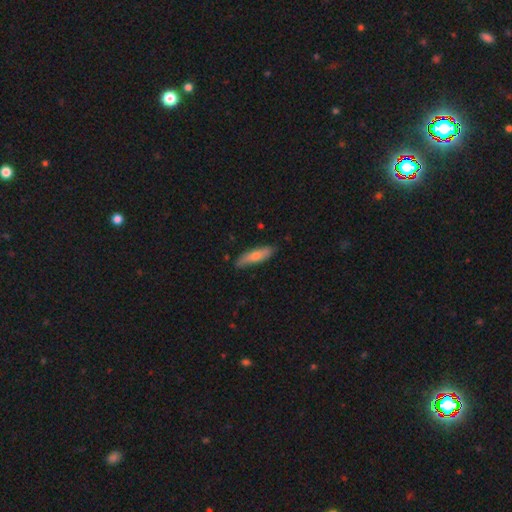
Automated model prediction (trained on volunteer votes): A smooth galaxy with no disk features (67%) that is cigar-shaped (69%).

Vote fractions:
- Smooth or featured? smooth: 67% / featured or disk: 28% / star or artifact: 6%
- How rounded? cigar-shaped: 69% / in between: 29% / round: 2%
- Merging? none: 83% / minor disturbance: 13% / major disturbance: 2% / merger: 1%